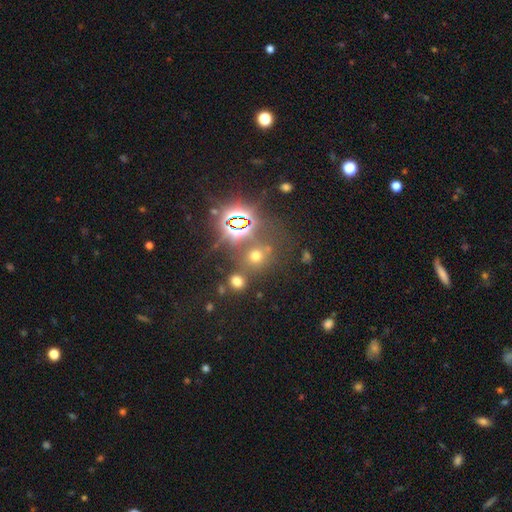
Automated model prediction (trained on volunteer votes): Overall: smooth (48%; star or artifact 42%). Merging: none (67%).